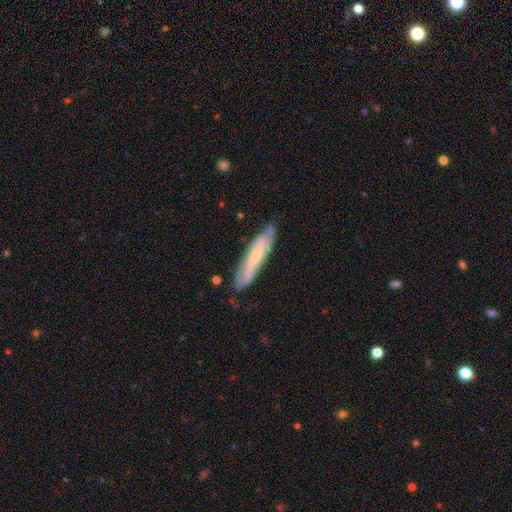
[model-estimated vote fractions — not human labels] featured or disk 60%, smooth 33%, star or artifact 6%. Down the decision tree: edge-on disk — no (54%); merging — none (72%).